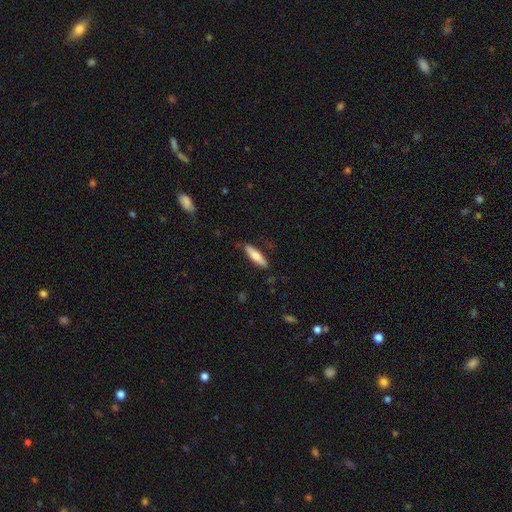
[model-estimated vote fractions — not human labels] smooth-or-featured: smooth: 71% | featured or disk: 24% | star or artifact: 6%
  how-rounded: cigar-shaped: 65% | in between: 34% | round: 2%
  merging: none: 79% | minor disturbance: 16% | major disturbance: 4% | merger: 1%